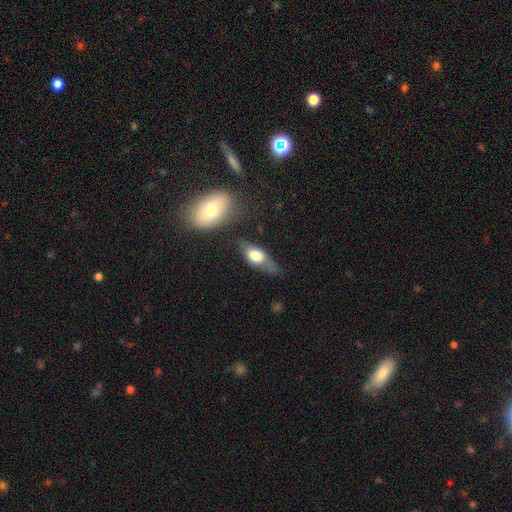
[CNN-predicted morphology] This appears to be a smooth galaxy with no disk features (61%) that is in between round and cigar-shaped (75%). Merging: none (51%).